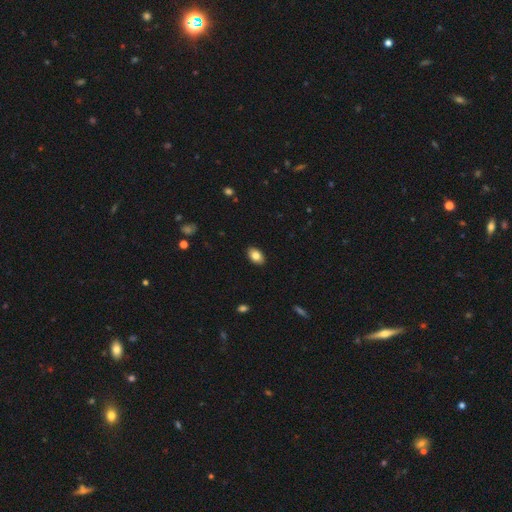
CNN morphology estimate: smooth-or-featured: smooth: 83% | featured or disk: 9% | star or artifact: 8%
  how-rounded: in between: 89% | round: 10% | cigar-shaped: 1%
  merging: none: 90% | minor disturbance: 8% | major disturbance: 2% | merger: 1%